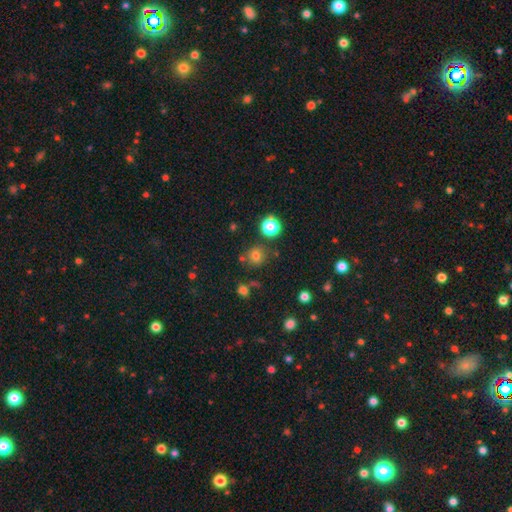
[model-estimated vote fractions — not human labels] This is likely a smooth galaxy (72%). How rounded: clearly round (88%). Merging: likely none (78%).